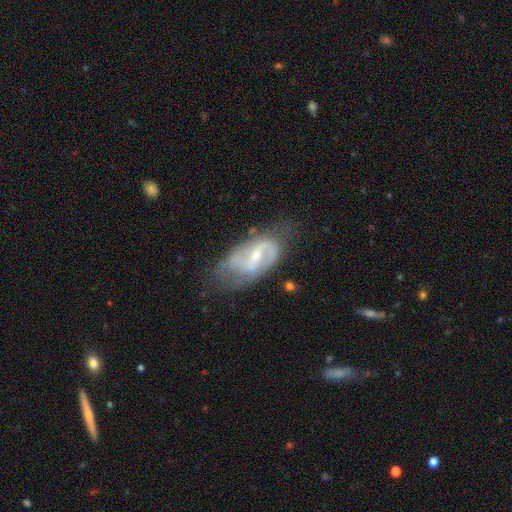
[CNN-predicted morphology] Smooth or featured: featured or disk — 79% (smooth — 14%)
Edge-on disk: no — 95% (yes — 5%)
Bar: weak — 50% (strong — 26%)
Spiral arms: yes — 86% (no — 14%)
Spiral winding: medium — 45% (loose — 32%)
Spiral arm count: 2 — 70% (can't tell — 16%)
Bulge size: small — 59% (moderate — 34%)
Merging: none — 52% (minor disturbance — 28%)